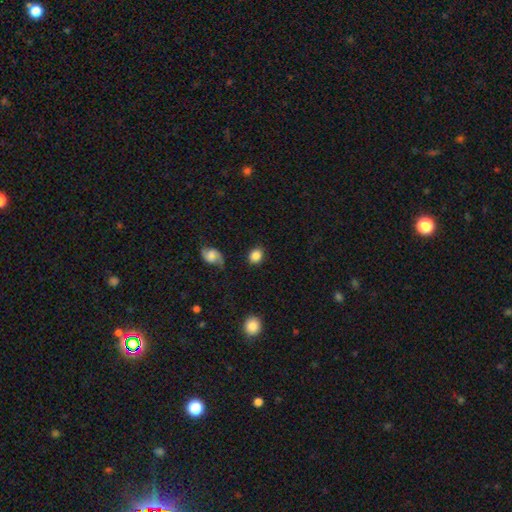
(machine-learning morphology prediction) A smooth galaxy with no disk features (84%) that is round (63%).

Vote fractions:
- Smooth or featured? smooth: 84% / star or artifact: 9% / featured or disk: 7%
- How rounded? round: 63% / in between: 36% / cigar-shaped: 1%
- Merging? none: 79% / minor disturbance: 14% / major disturbance: 4% / merger: 3%